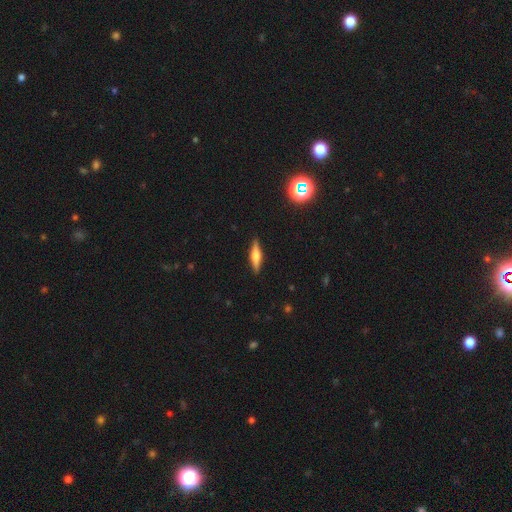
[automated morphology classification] smooth_or_featured: featured or disk (p=0.54) [alt: smooth p=0.39]
disk_edge_on: yes (p=0.96) [alt: no p=0.04]
edge_on_bulge: rounded (p=0.85) [alt: boxy p=0.11]
merging: none (p=0.90) [alt: minor disturbance p=0.07]